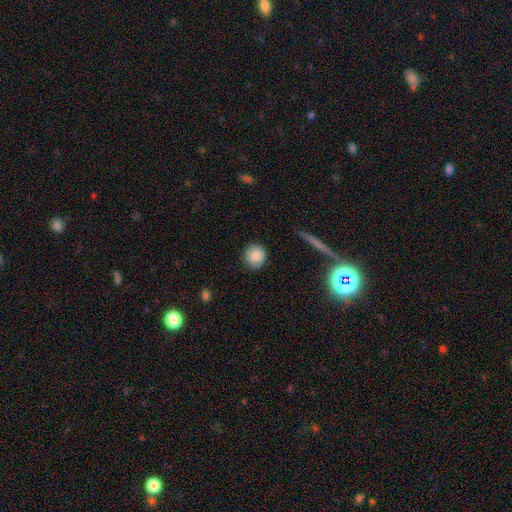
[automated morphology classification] A smooth galaxy with no disk features (83%) that is round (89%).

Vote fractions:
- Smooth or featured? smooth: 83% / featured or disk: 9% / star or artifact: 8%
- How rounded? round: 89% / in between: 10% / cigar-shaped: 1%
- Merging? none: 84% / minor disturbance: 12% / major disturbance: 3% / merger: 1%